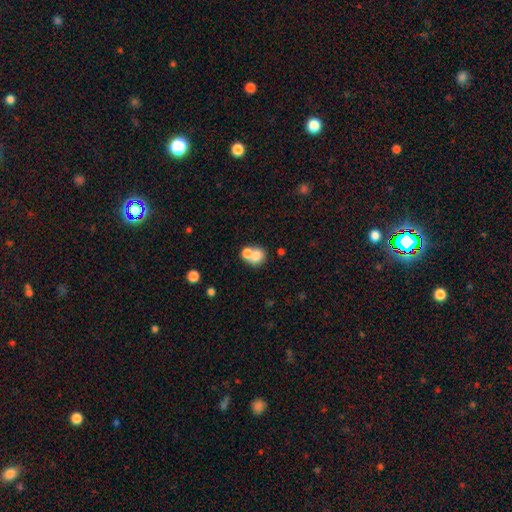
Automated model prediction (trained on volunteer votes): Smooth or featured? smooth (73%)
How rounded? round (65%)
Merging? merger (57%)